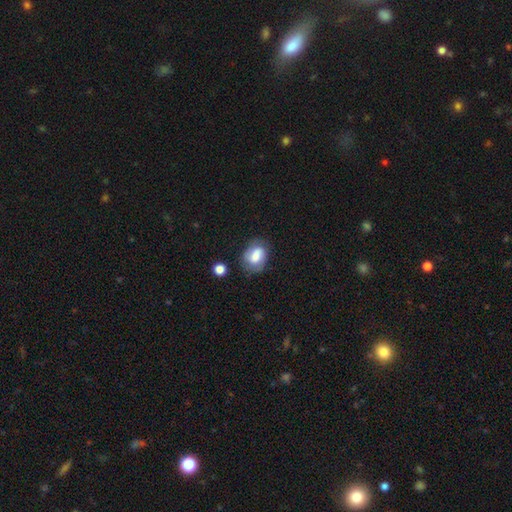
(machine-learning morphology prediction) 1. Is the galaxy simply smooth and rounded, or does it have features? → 59% smooth, 32% featured or disk, 9% star or artifact.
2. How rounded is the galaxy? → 65% in between, 34% round, 1% cigar-shaped.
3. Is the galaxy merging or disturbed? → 65% none, 23% minor disturbance, 8% major disturbance, 4% merger.